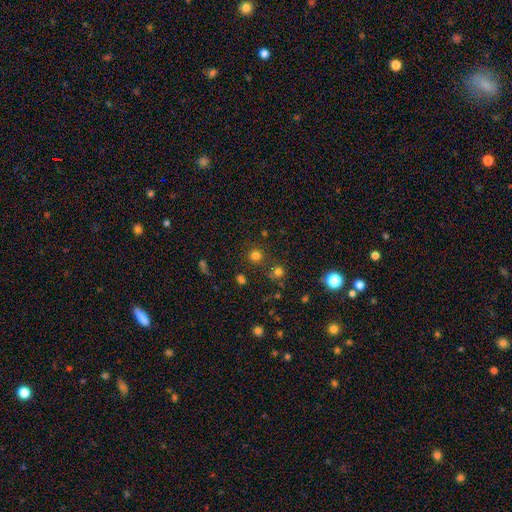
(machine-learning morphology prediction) smooth_or_featured: smooth (p=0.74) [alt: star or artifact p=0.20]
how_rounded: round (p=0.93) [alt: in between p=0.06]
merging: none (p=0.80) [alt: merger p=0.09]